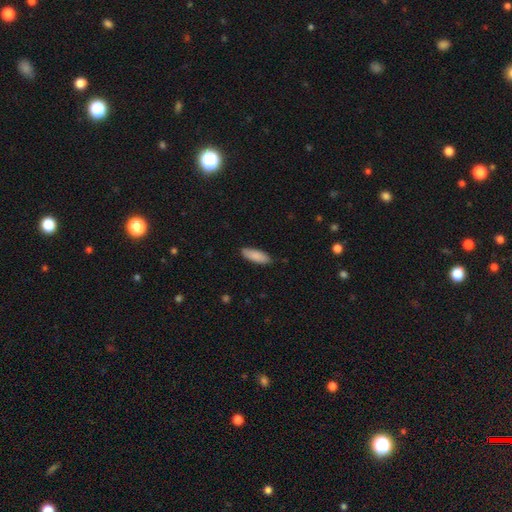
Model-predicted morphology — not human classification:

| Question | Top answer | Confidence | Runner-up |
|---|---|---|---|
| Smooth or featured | smooth | 88% | featured or disk (7%) |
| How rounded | in between | 66% | cigar-shaped (33%) |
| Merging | none | 87% | minor disturbance (10%) |